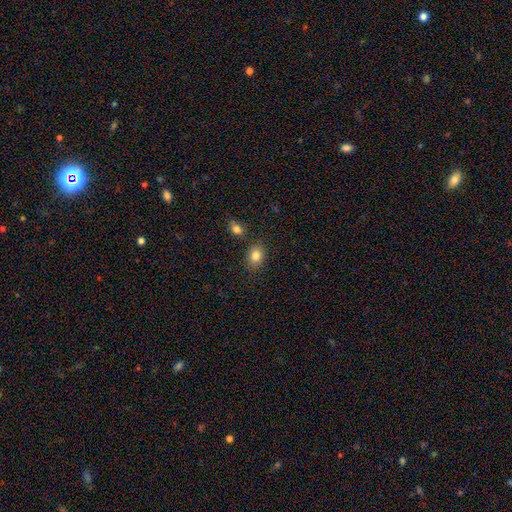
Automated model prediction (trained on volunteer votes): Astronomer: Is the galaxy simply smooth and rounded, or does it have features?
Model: smooth — 83%.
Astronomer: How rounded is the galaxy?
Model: in between — 63%.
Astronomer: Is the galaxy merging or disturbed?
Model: none — 80%.